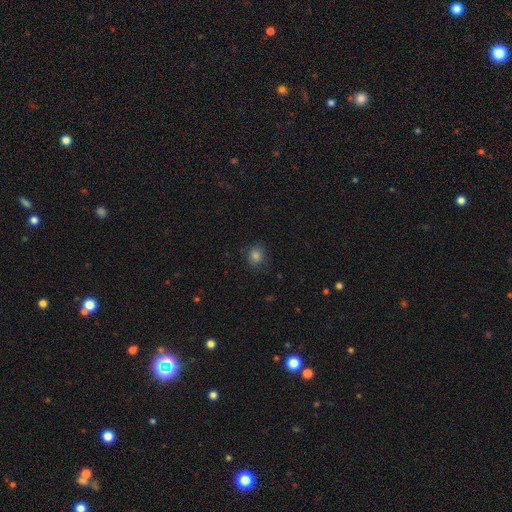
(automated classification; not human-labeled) Smooth or featured: smooth — 81% (star or artifact — 12%)
How rounded: round — 78% (in between — 21%)
Merging: none — 77% (minor disturbance — 17%)